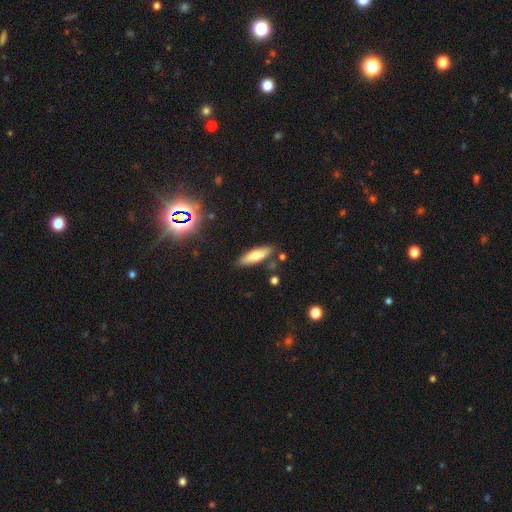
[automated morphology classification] This appears to be a smooth galaxy with no disk features (71%) that is cigar-shaped (52%). Merging: none (83%).